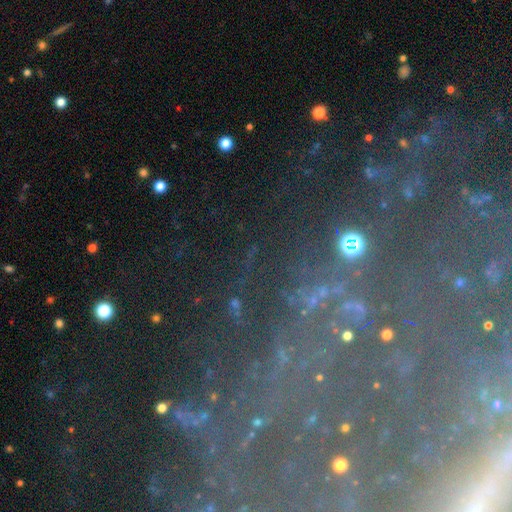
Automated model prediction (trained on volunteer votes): Smooth or featured? star or artifact (53%)